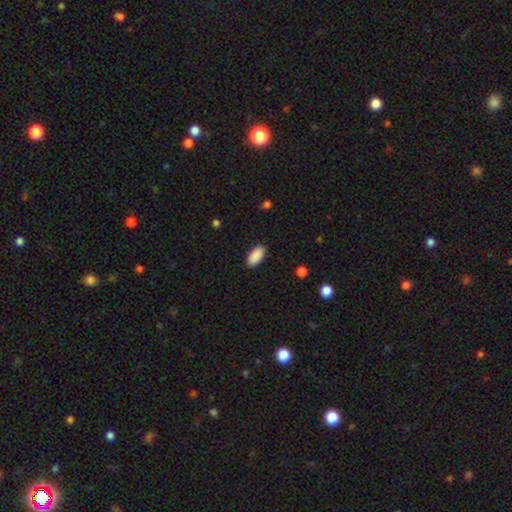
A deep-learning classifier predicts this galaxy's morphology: Smooth or featured? Predicted: smooth (p=0.91). How rounded? Predicted: in between (p=0.93). Merging? Predicted: none (p=0.89).